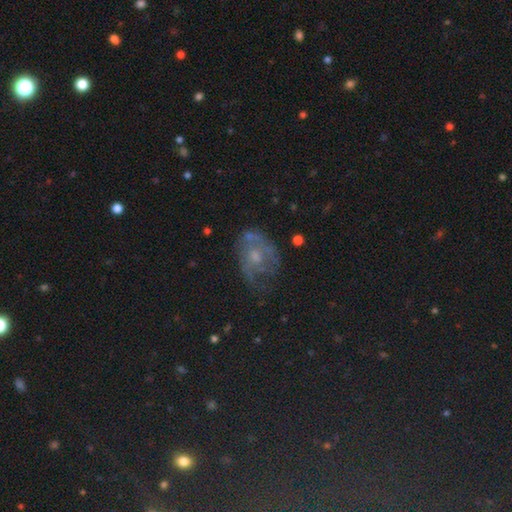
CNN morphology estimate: smooth-or-featured: featured or disk: 62% | smooth: 25% | star or artifact: 13%
  disk-edge-on: no: 97% | yes: 3%
    bar: no: 78% | weak: 19% | strong: 3%
    has-spiral-arms: yes: 62% | no: 38%
    bulge-size: moderate: 46% | small: 37% | none: 10% | large: 5% | dominant: 2%
  merging: none: 44% | major disturbance: 26% | minor disturbance: 25% | merger: 4%